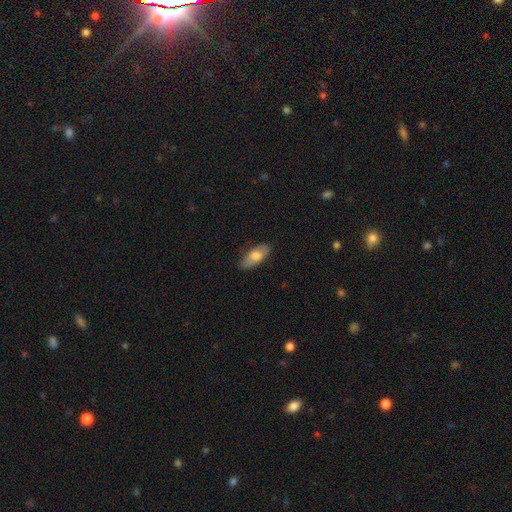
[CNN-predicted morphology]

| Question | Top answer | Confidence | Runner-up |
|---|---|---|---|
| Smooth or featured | smooth | 74% | featured or disk (20%) |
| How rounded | in between | 82% | cigar-shaped (15%) |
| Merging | none | 85% | minor disturbance (12%) |